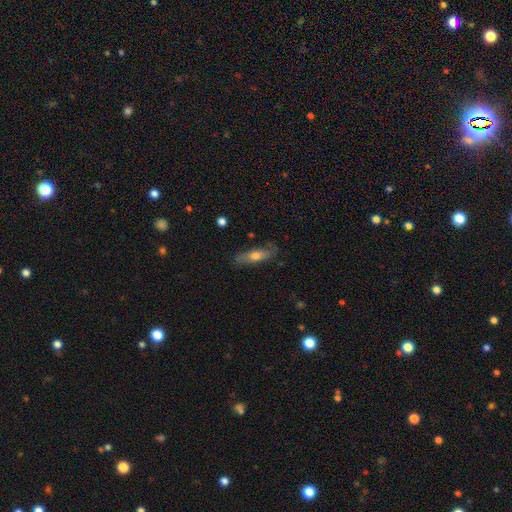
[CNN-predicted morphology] smooth 57%, featured or disk 36%, star or artifact 6%. Down the decision tree: how rounded — cigar-shaped (65%); merging — none (78%).